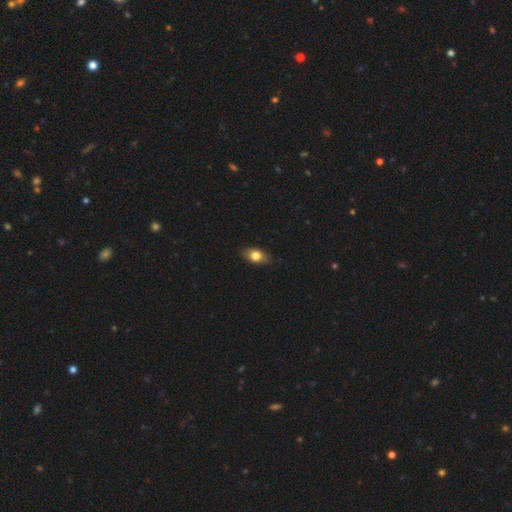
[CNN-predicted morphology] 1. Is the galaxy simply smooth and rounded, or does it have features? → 78% smooth, 14% featured or disk, 8% star or artifact.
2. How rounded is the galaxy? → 82% in between, 13% round, 4% cigar-shaped.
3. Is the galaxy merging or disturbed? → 84% none, 13% minor disturbance, 2% major disturbance, 1% merger.